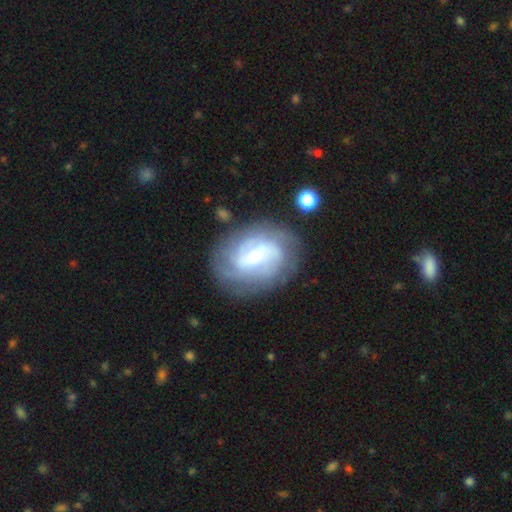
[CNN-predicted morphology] smooth-or-featured: featured or disk: 81% | smooth: 13% | star or artifact: 6%
  disk-edge-on: no: 97% | yes: 3%
    bar: weak: 53% | no: 27% | strong: 20%
    has-spiral-arms: yes: 93% | no: 7%
      spiral-winding: tight: 54% | medium: 35% | loose: 11%
      spiral-arm-count: can't tell: 32% | 2: 24% | 3: 21% | 4: 13% | more than 4: 5% | 1: 5%
    bulge-size: small: 56% | moderate: 36% | large: 4% | none: 3% | dominant: 1%
  merging: none: 76% | minor disturbance: 16% | major disturbance: 7% | merger: 2%